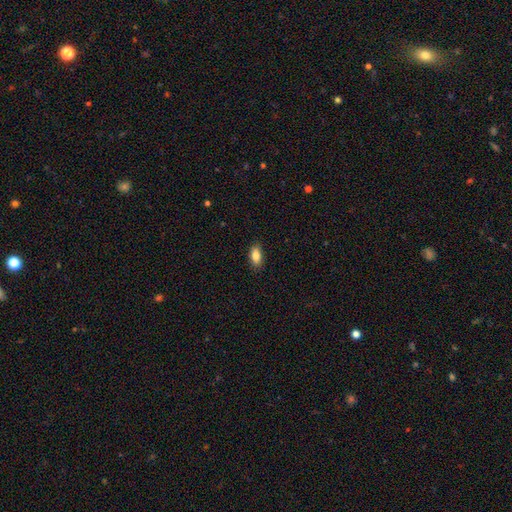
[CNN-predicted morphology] A smooth galaxy with no disk features (85%) that is in between round and cigar-shaped (90%).

Vote fractions:
- Smooth or featured? smooth: 85% / featured or disk: 8% / star or artifact: 7%
- How rounded? in between: 90% / cigar-shaped: 6% / round: 4%
- Merging? none: 88% / minor disturbance: 9% / major disturbance: 2% / merger: 1%